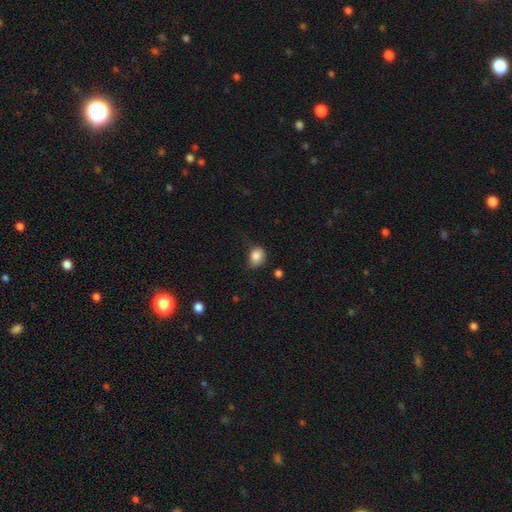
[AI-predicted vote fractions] A smooth galaxy with no disk features (85%) that is round (56%). Merging: none (59%).